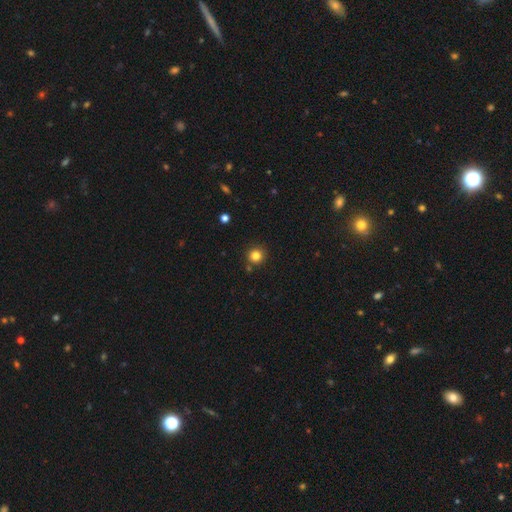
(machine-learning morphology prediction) A smooth galaxy with no disk features (82%) that is round (94%). Merging: none (87%).